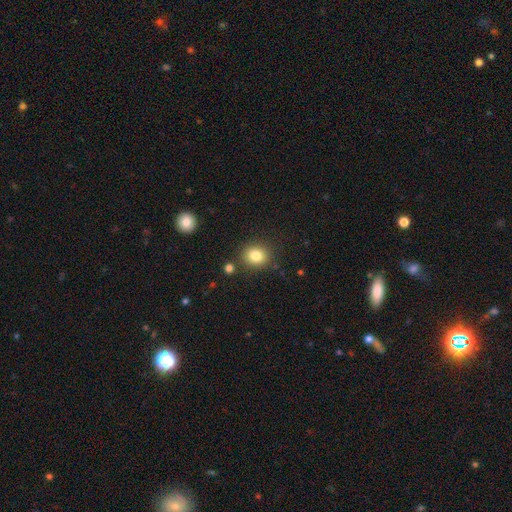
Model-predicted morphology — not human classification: Overall: smooth (82%). How rounded: round (71%). Merging: none (84%).